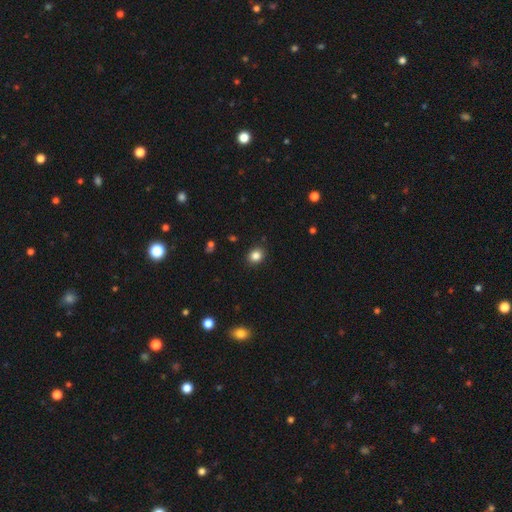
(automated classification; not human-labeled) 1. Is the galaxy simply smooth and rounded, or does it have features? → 84% smooth, 11% star or artifact, 5% featured or disk.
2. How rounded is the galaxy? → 65% round, 34% in between, 1% cigar-shaped.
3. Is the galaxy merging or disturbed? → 90% none, 7% minor disturbance, 2% major disturbance, 1% merger.